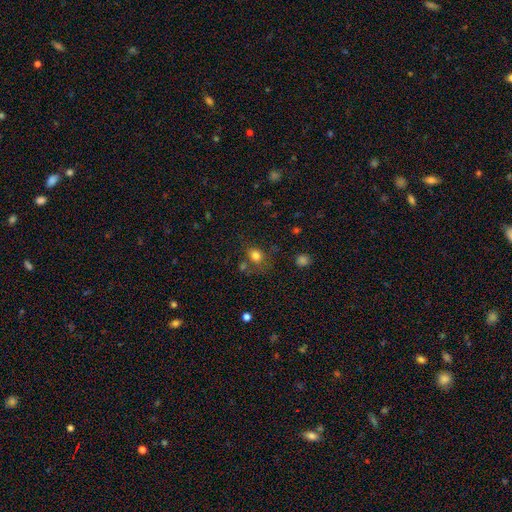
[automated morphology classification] type=smooth (79%); roundness=round (64%); merging=none (62%).